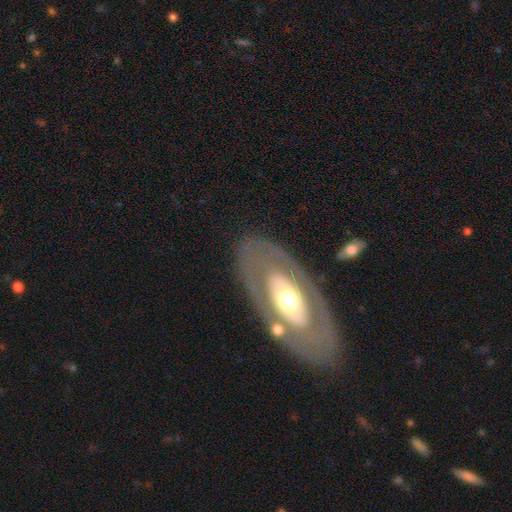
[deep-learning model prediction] featured or disk 68%, smooth 27%, star or artifact 5%. Down the decision tree: edge-on disk — no (88%); bar — no (83%); spiral arms — no (81%); bulge size — moderate (64%); merging — none (81%).